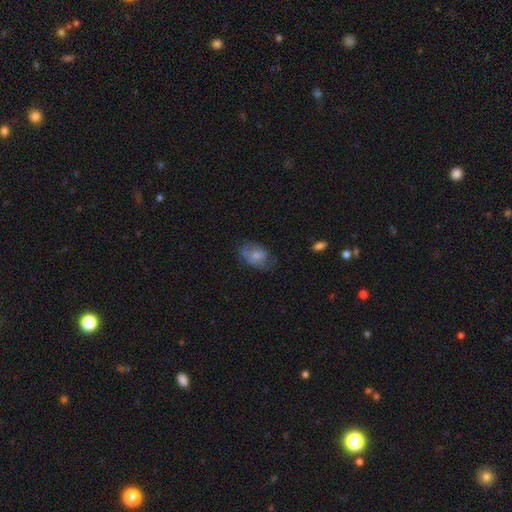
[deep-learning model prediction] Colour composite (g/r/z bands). It shows a smooth galaxy with no disk features (58%) that is in between round and cigar-shaped (82%). Merging: none (46%).